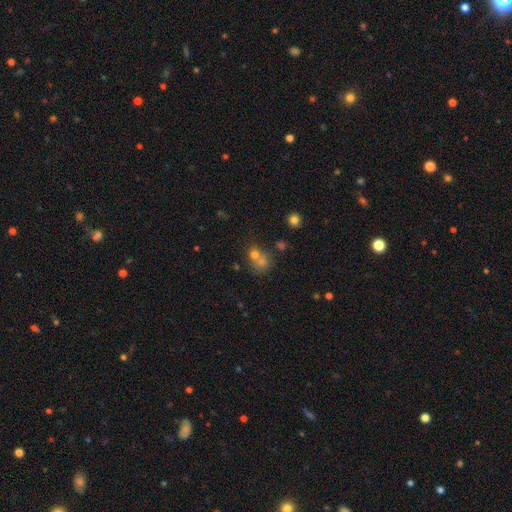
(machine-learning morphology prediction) Smooth or featured: smooth — 58% (star or artifact — 25%)
How rounded: round — 71% (in between — 27%)
Merging: merger — 50% (none — 37%)